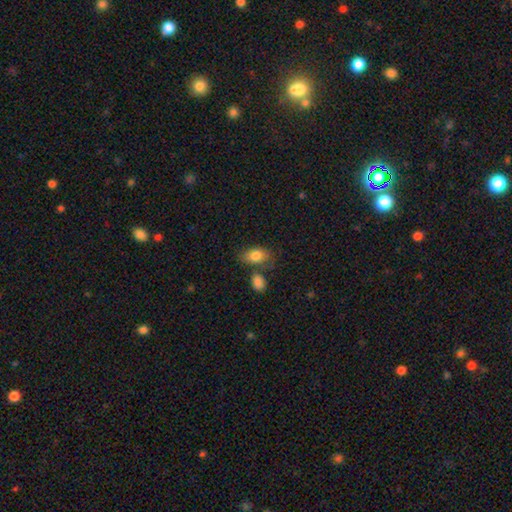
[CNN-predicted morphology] Smooth or featured? smooth (82%)
How rounded? in between (88%)
Merging? none (60%)